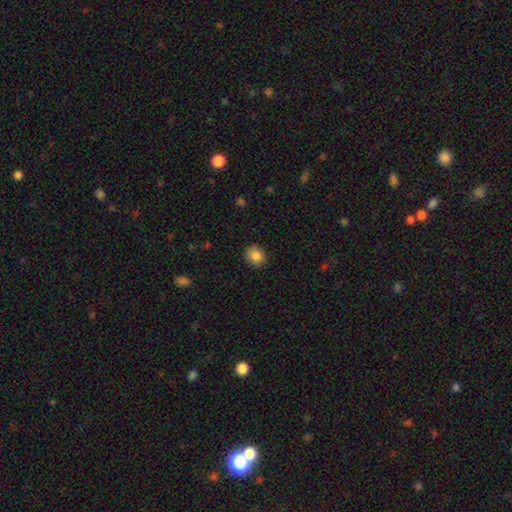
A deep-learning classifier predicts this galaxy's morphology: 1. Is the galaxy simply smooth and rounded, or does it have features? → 86% smooth, 9% star or artifact, 5% featured or disk.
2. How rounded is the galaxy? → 76% round, 23% in between, 1% cigar-shaped.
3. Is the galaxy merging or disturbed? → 89% none, 8% minor disturbance, 2% major disturbance, 1% merger.